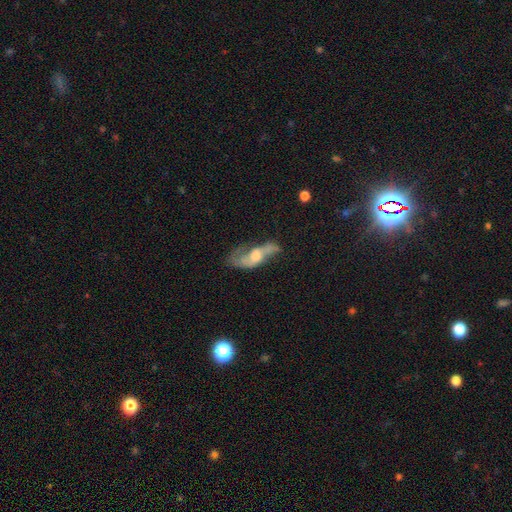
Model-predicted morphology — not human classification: Smooth or featured? featured or disk (68%)
Edge-on disk? no (81%)
Bar? no (60%)
Spiral arms? yes (79%)
Bulge size? moderate (50%)
Merging? none (44%)